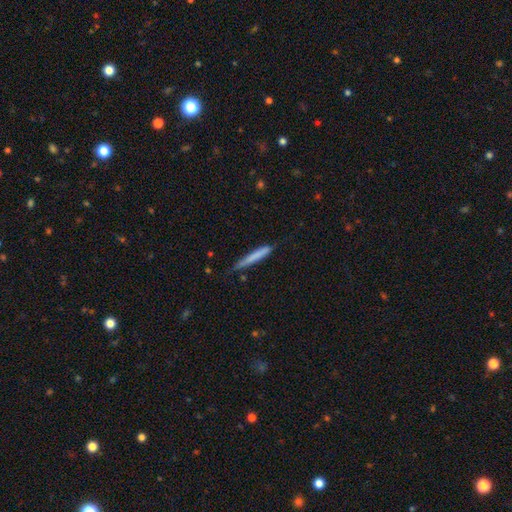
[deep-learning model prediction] Overall: smooth (71%). How rounded: cigar-shaped (95%). Merging: none (73%).